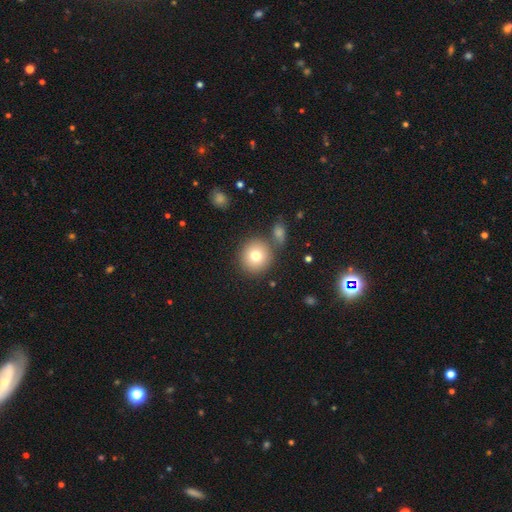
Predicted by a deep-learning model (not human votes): This appears to be a smooth galaxy with no disk features (76%) that is round (91%). Merging: none (78%).